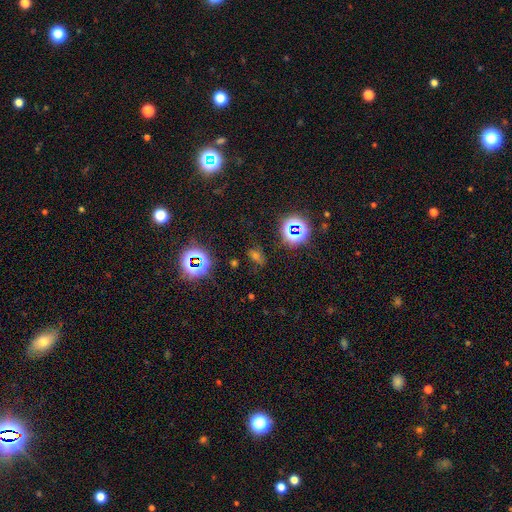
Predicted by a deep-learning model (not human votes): Morphology: type=star or artifact (48%).